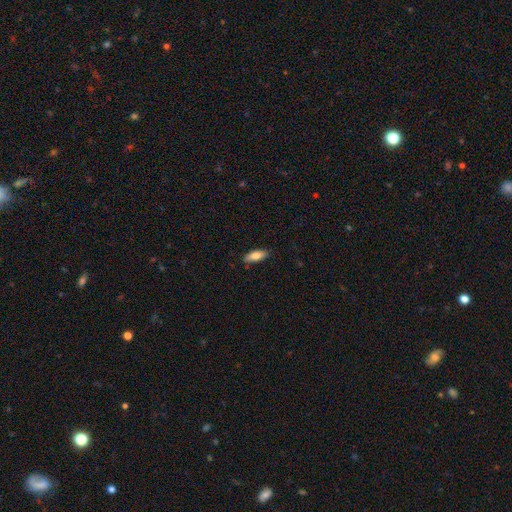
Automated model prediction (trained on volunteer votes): smooth 80%, featured or disk 14%, star or artifact 6%. Down the decision tree: how rounded — in between (63%); merging — none (84%).